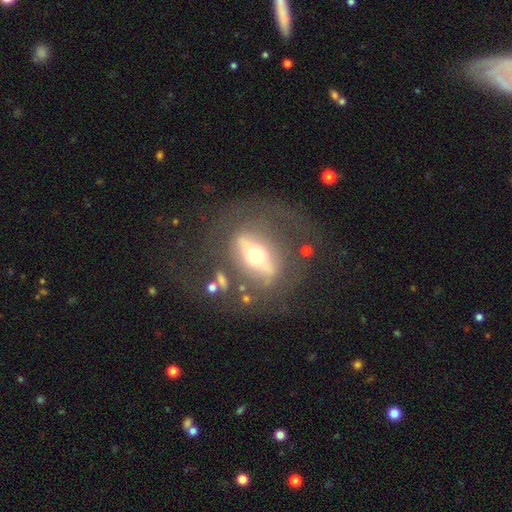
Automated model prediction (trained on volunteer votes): smooth_or_featured: featured or disk (p=0.70) [alt: smooth p=0.22]
disk_edge_on: no (p=0.76) [alt: yes p=0.24]
bar: strong (p=0.66) [alt: weak p=0.19]
has_spiral_arms: no (p=0.66) [alt: yes p=0.34]
bulge_size: moderate (p=0.66) [alt: large p=0.16]
merging: none (p=0.61) [alt: major disturbance p=0.18]